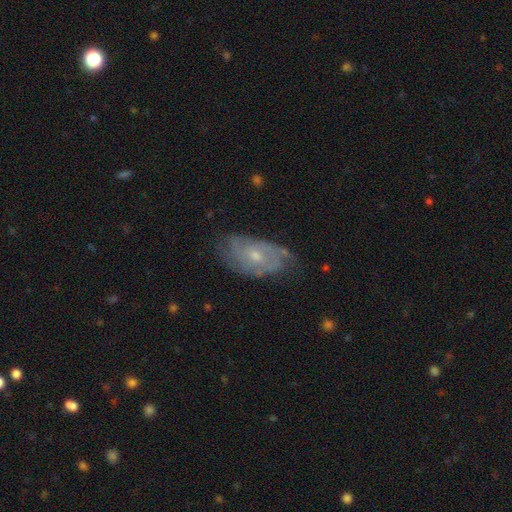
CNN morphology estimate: Smooth or featured?
  - featured or disk: 74% *
  - smooth: 19%
  - star or artifact: 6%
Edge-on disk?
  - no: 94% *
  - yes: 6%
Bar?
  - no: 68% *
  - weak: 28%
  - strong: 4%
Spiral arms?
  - yes: 87% *
  - no: 13%
Spiral winding?
  - tight: 52% *
  - medium: 37%
  - loose: 12%
Spiral arm count?
  - 2: 42% *
  - can't tell: 34%
  - 3: 13%
  - 4: 4%
  - 1: 4%
  - more than 4: 3%
Bulge size?
  - small: 53% *
  - moderate: 43%
  - none: 2%
  - large: 1%
  - dominant: 1%
Merging?
  - none: 64% *
  - minor disturbance: 26%
  - major disturbance: 8%
  - merger: 2%